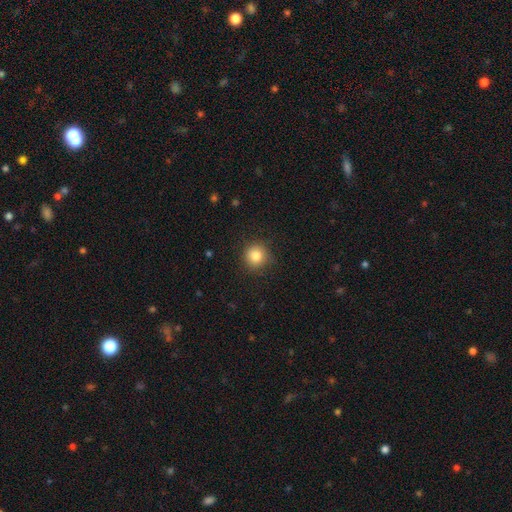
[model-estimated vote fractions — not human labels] Smooth or featured? Predicted: smooth (p=0.83). How rounded? Predicted: round (p=0.94). Merging? Predicted: none (p=0.88).